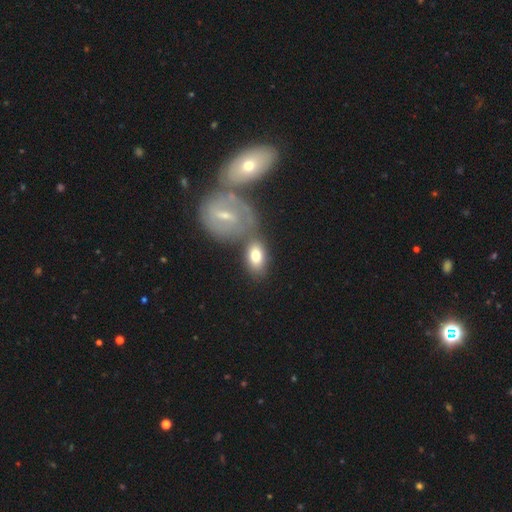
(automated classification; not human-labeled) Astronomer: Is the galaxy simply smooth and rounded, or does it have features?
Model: smooth — 71%.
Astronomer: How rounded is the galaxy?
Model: in between — 87%.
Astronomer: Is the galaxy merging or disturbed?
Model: none — 52% (runner-up: merger, 28%).